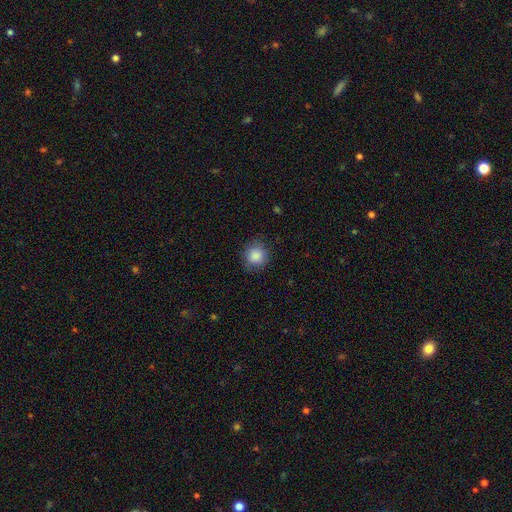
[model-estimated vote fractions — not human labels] smooth_or_featured: smooth (p=0.87) [alt: star or artifact p=0.09]
how_rounded: round (p=0.88) [alt: in between p=0.11]
merging: none (p=0.83) [alt: minor disturbance p=0.13]